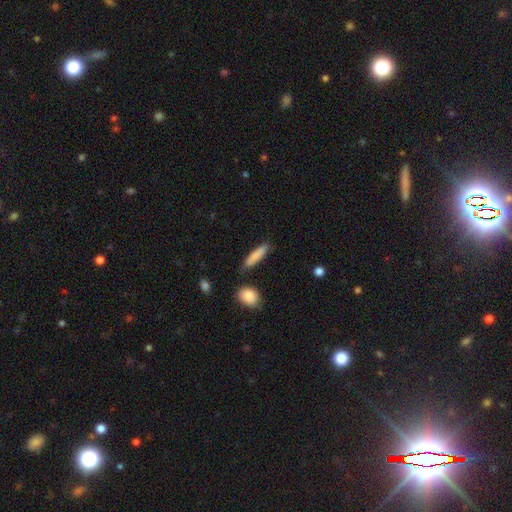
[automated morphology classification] A smooth galaxy with no disk features (83%) that is cigar-shaped (79%).

Vote fractions:
- Smooth or featured? smooth: 83% / featured or disk: 11% / star or artifact: 6%
- How rounded? cigar-shaped: 79% / in between: 19% / round: 2%
- Merging? none: 80% / minor disturbance: 13% / merger: 4% / major disturbance: 3%